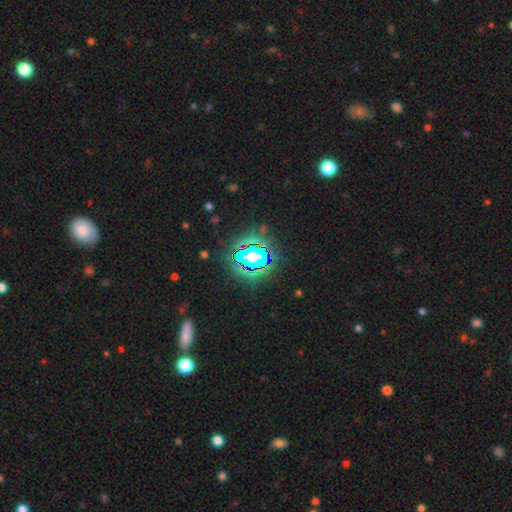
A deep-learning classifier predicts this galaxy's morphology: Smooth or featured? star or artifact (70%)